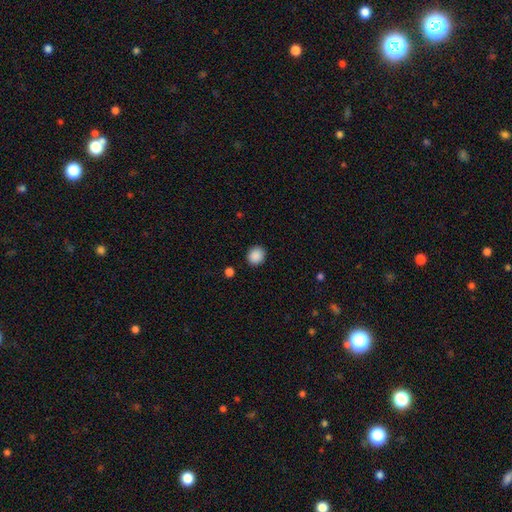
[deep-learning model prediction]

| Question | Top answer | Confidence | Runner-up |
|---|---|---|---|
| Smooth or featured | smooth | 89% | star or artifact (9%) |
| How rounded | round | 76% | in between (23%) |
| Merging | none | 88% | minor disturbance (8%) |